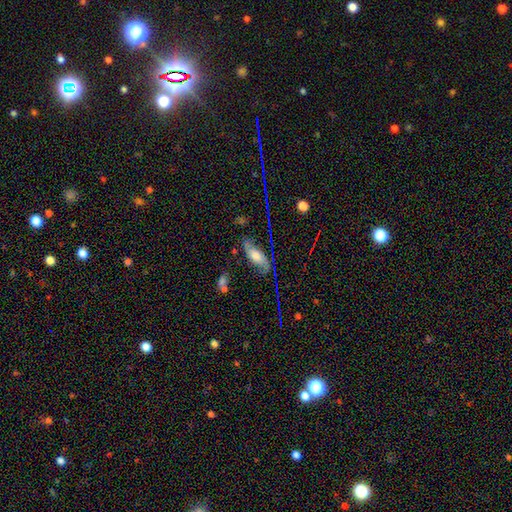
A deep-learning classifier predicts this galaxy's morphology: type=featured or disk (54%); edge-on=no (80%); merging=none (69%).